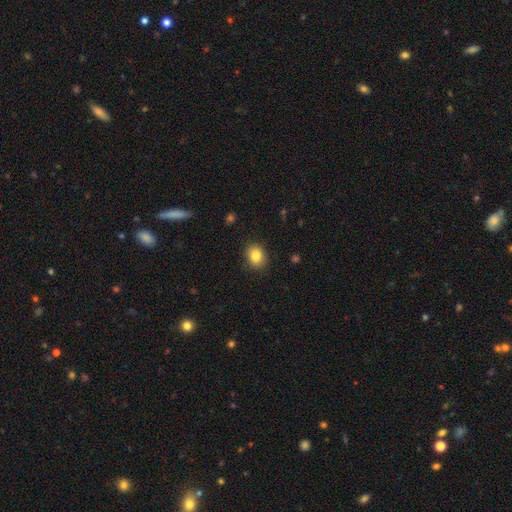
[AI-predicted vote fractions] Q: Smooth or featured?
A: smooth (84%); runner-up: star or artifact (10%)
Q: How rounded?
A: round (55%); runner-up: in between (44%)
Q: Merging?
A: none (87%); runner-up: minor disturbance (10%)